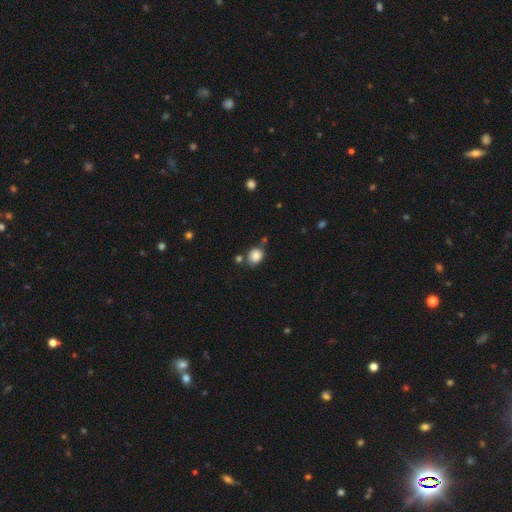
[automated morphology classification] type=smooth (85%); roundness=round (65%); merging=none (67%).